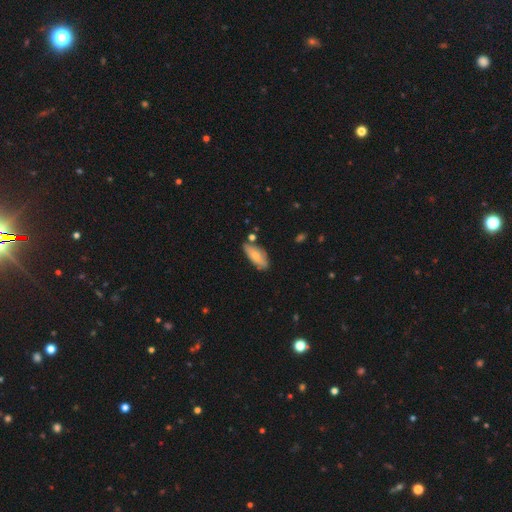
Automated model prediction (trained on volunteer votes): Smooth or featured: smooth — 70% (featured or disk — 23%)
How rounded: in between — 76% (cigar-shaped — 22%)
Merging: none — 67% (minor disturbance — 23%)